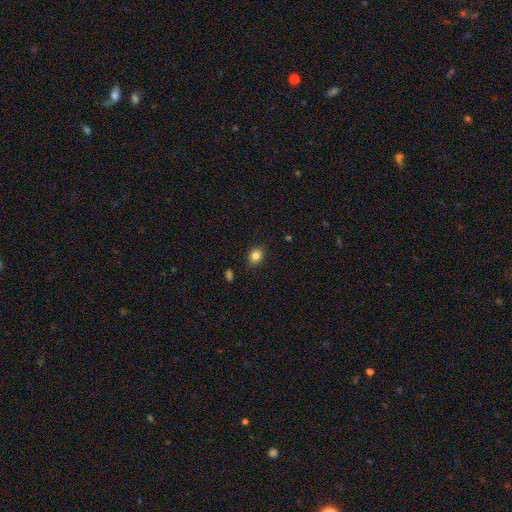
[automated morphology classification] Smooth or featured?
  - smooth: 84% *
  - star or artifact: 10%
  - featured or disk: 5%
How rounded?
  - in between: 50% *
  - round: 49%
  - cigar-shaped: 1%
Merging?
  - none: 86% *
  - minor disturbance: 10%
  - major disturbance: 2%
  - merger: 1%